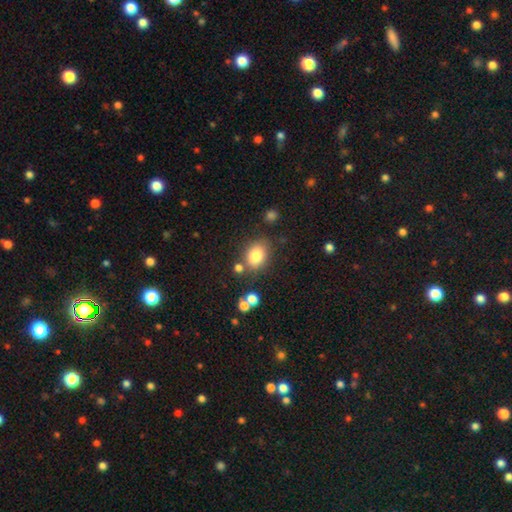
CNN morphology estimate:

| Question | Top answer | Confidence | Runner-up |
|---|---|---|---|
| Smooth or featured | smooth | 83% | star or artifact (10%) |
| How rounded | in between | 68% | round (31%) |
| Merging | none | 72% | minor disturbance (14%) |